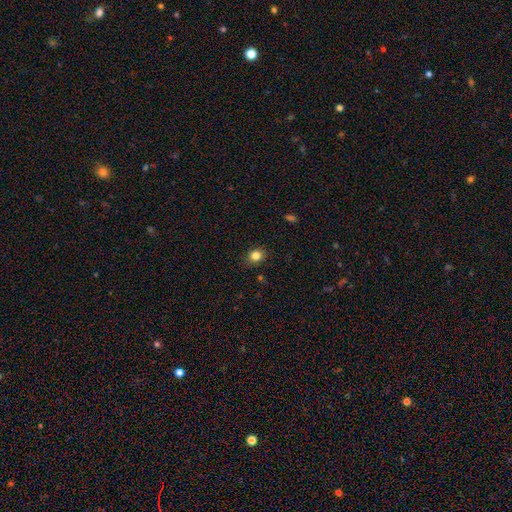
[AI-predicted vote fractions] Smooth or featured: smooth — 82% (star or artifact — 12%)
How rounded: round — 61% (in between — 39%)
Merging: none — 85% (minor disturbance — 11%)